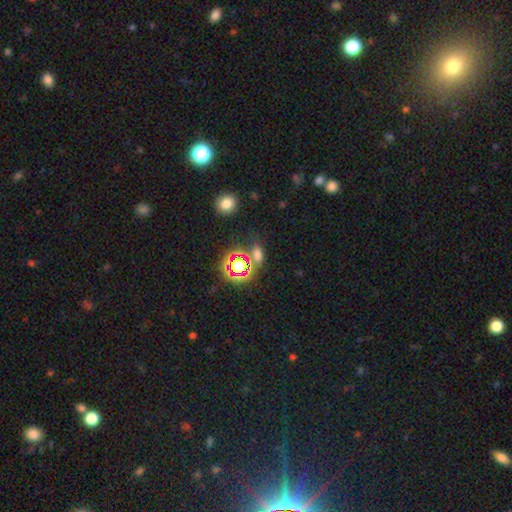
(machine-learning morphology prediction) A star or artifact, not a galaxy (61%).